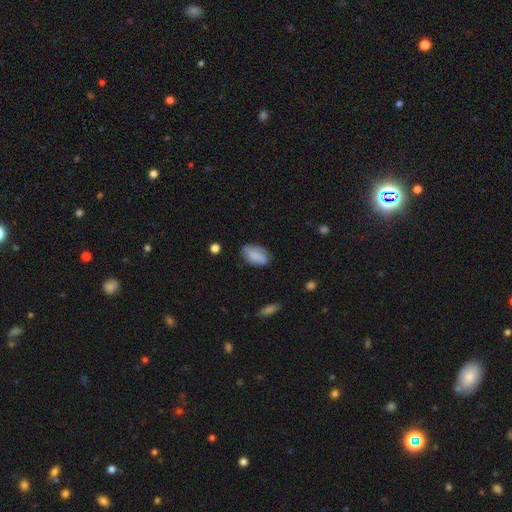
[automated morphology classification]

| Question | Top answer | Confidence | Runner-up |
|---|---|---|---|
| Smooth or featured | smooth | 73% | featured or disk (19%) |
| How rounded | in between | 91% | round (5%) |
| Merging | none | 66% | minor disturbance (25%) |